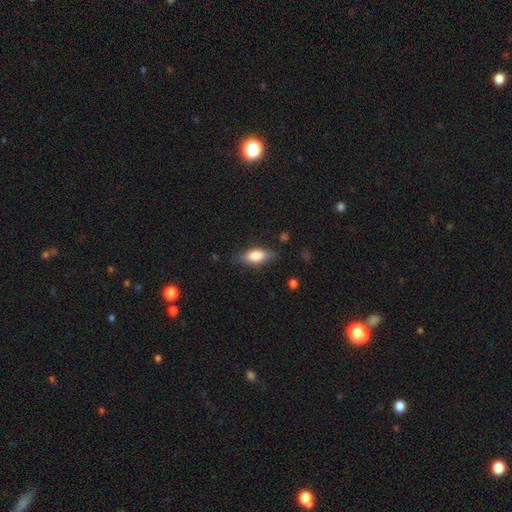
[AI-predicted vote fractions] Overall: smooth (71%). How rounded: in between (78%). Merging: none (77%).